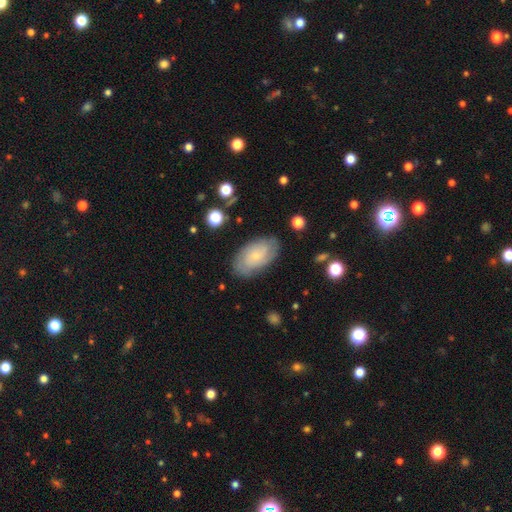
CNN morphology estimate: Overall: featured or disk (55%; smooth 37%). Edge-on disk: no (95%). Bar: no (77%). Spiral arms: yes (83%). Bulge size: small (77%). Merging: none (80%).